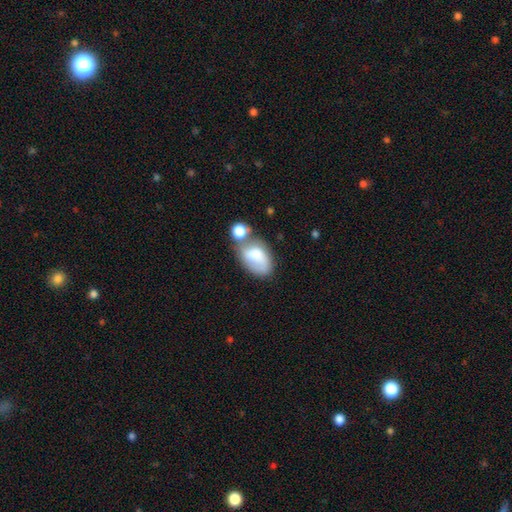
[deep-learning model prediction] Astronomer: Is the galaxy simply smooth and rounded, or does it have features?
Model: smooth — 69%.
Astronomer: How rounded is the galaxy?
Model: in between — 89%.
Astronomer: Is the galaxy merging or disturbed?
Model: merger — 32% (runner-up: none, 31%).